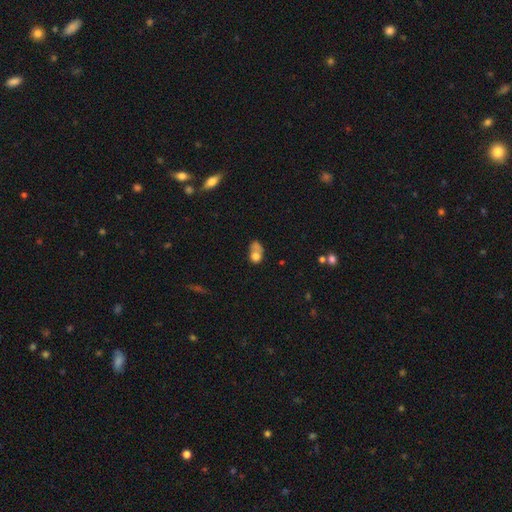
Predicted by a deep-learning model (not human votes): A smooth galaxy with no disk features (69%) that is in between round and cigar-shaped (60%). Merging: merger (37%).